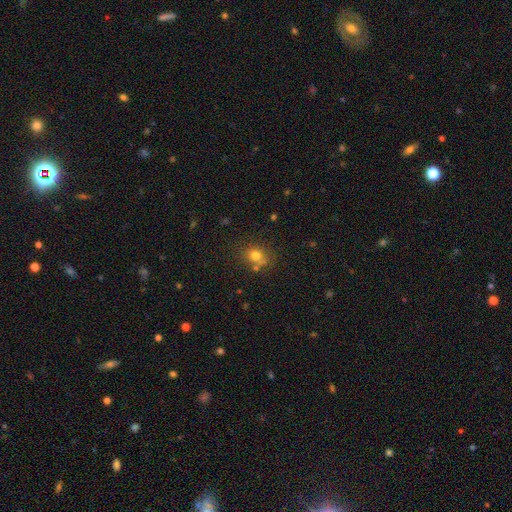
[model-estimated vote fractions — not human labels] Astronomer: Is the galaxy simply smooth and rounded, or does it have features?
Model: smooth — 75%.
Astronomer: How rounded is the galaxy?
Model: round — 68%.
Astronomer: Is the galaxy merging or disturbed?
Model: none — 64%.